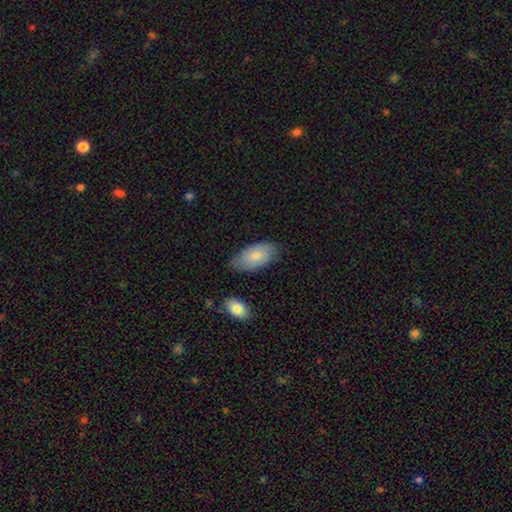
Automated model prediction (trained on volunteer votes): This is likely a smooth galaxy (77%). How rounded: clearly in between (94%). Merging: likely none (72%).